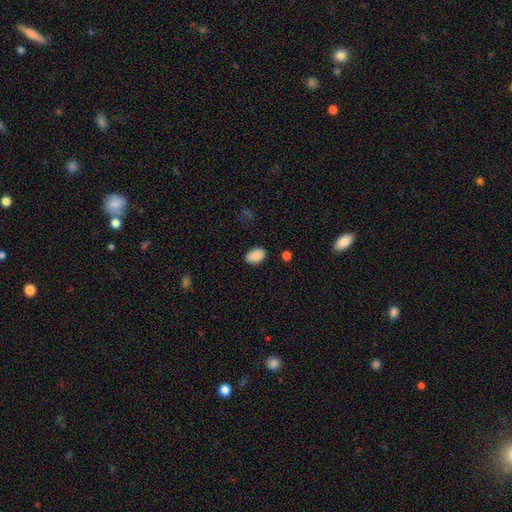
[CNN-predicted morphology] Overall: smooth (87%). How rounded: in between (88%). Merging: none (82%).